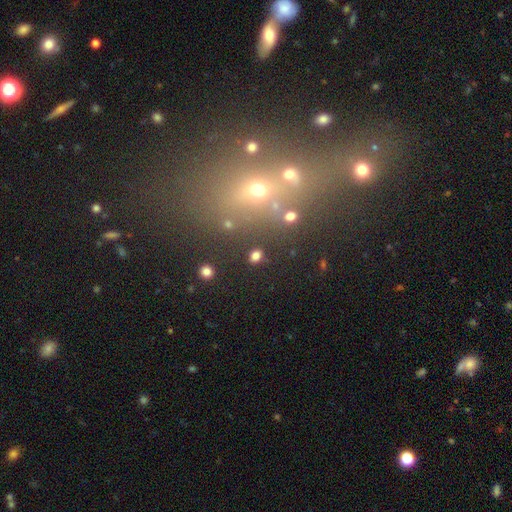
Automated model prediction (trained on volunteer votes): This appears to be a smooth galaxy with no disk features (77%) that is round (52%). Merging: none (86%).